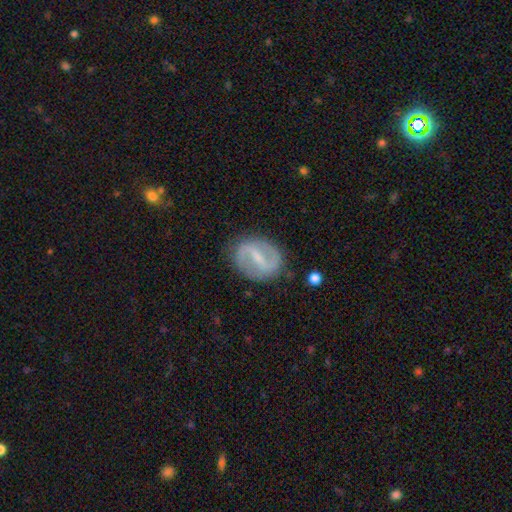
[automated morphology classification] A featured or disk galaxy (82%) with a strong bar (57%), 2 (90%) medium (43%) spiral arms (89%) and a small central bulge (55%). Merging: none (86%).